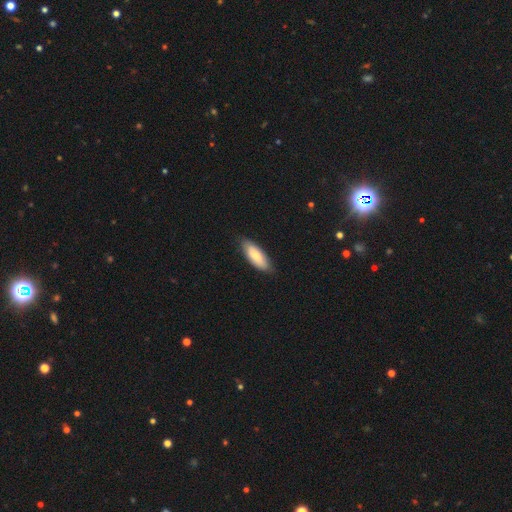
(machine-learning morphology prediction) smooth_or_featured: smooth (p=0.76) [alt: featured or disk p=0.18]
how_rounded: in between (p=0.74) [alt: cigar-shaped p=0.25]
merging: none (p=0.83) [alt: minor disturbance p=0.14]